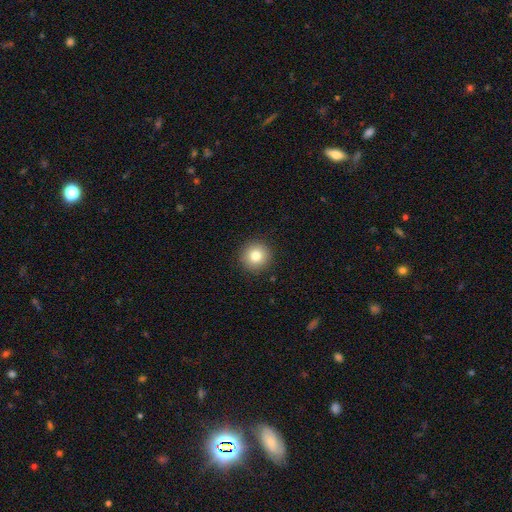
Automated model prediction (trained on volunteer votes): The model was most divided on "smooth or featured": smooth: 80%, star or artifact: 11%, featured or disk: 9%. More confident: how rounded — round (95%); merging — none (92%).